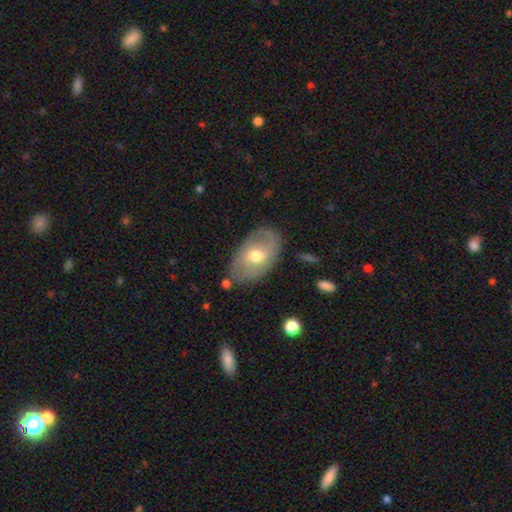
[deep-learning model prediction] Overall: smooth (47%, tied with featured or disk). Merging: none (73%).